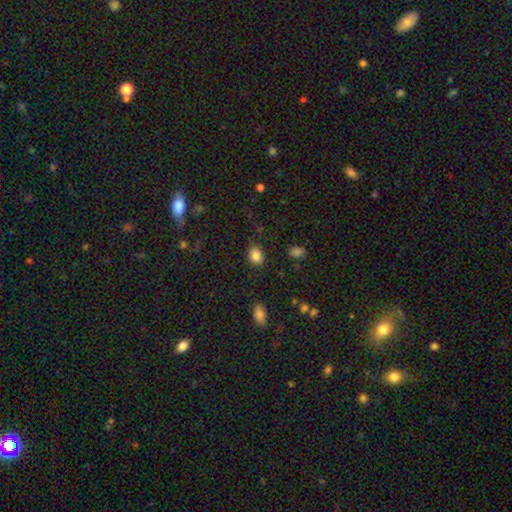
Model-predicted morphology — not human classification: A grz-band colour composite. It shows a smooth galaxy with no disk features (85%) that is in between round and cigar-shaped (72%). Merging: none (83%).